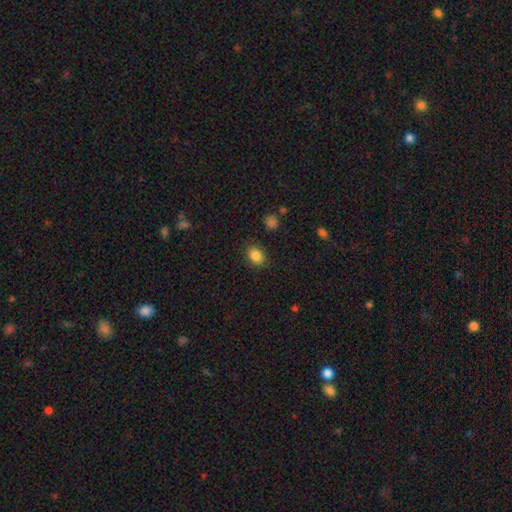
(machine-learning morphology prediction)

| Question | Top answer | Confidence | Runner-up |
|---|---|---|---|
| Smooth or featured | smooth | 85% | star or artifact (10%) |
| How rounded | in between | 57% | round (42%) |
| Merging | none | 86% | minor disturbance (10%) |